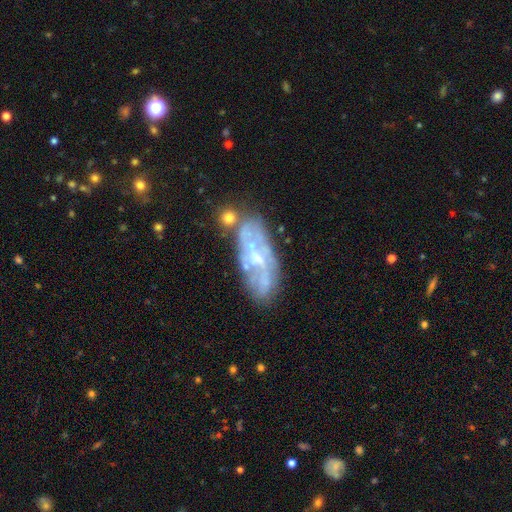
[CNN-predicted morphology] Smooth or featured?
  - featured or disk: 74% *
  - smooth: 18%
  - star or artifact: 8%
Edge-on disk?
  - no: 87% *
  - yes: 13%
Bar?
  - no: 59% *
  - weak: 32%
  - strong: 9%
Spiral arms?
  - yes: 64% *
  - no: 36%
Bulge size?
  - small: 54% *
  - moderate: 32%
  - none: 10%
  - large: 2%
  - dominant: 1%
Merging?
  - none: 59% *
  - minor disturbance: 19%
  - merger: 13%
  - major disturbance: 9%